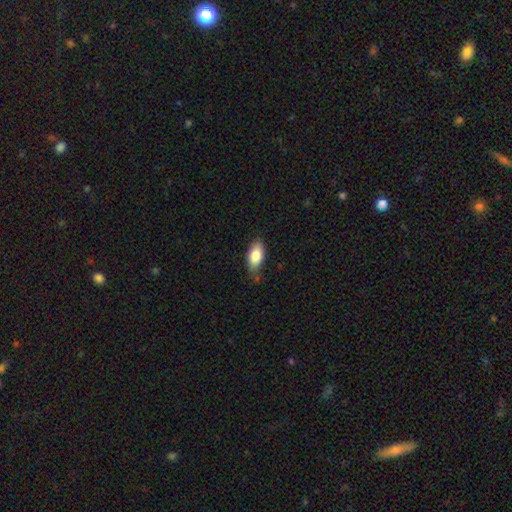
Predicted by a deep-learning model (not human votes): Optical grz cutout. It shows a smooth galaxy with no disk features (83%) that is in between round and cigar-shaped (91%). Merging: none (74%).